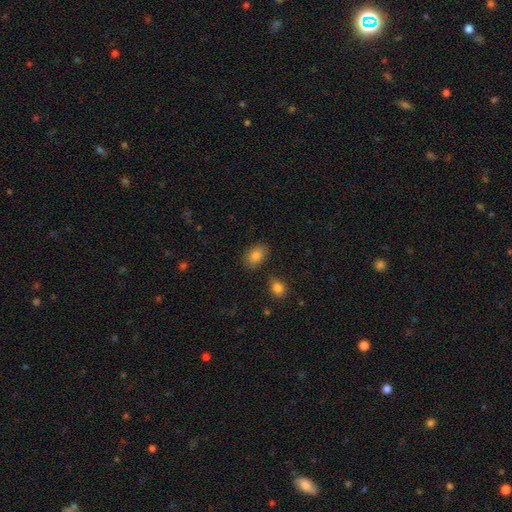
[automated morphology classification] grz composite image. It shows a smooth galaxy with no disk features (85%) that is in between round and cigar-shaped (82%). Merging: none (82%).